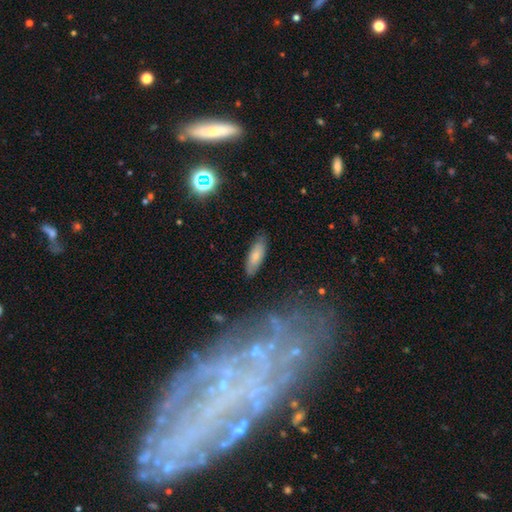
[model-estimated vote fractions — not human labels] Smooth or featured? Predicted: smooth (p=0.76). How rounded? Predicted: in between (p=0.59). Merging? Predicted: none (p=0.83).